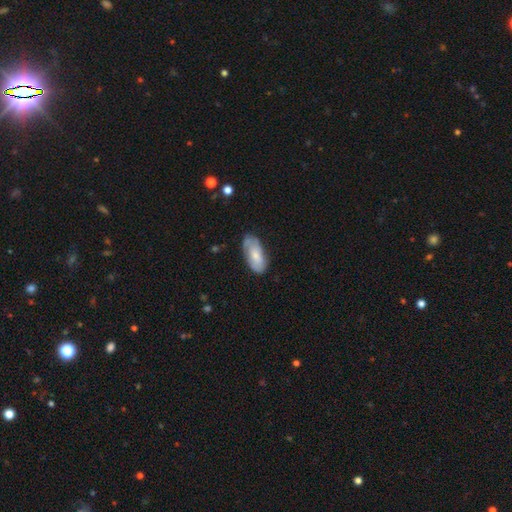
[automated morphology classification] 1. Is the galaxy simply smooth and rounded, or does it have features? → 66% smooth, 28% featured or disk, 6% star or artifact.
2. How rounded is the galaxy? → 90% in between, 8% cigar-shaped, 2% round.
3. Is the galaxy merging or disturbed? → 63% none, 28% minor disturbance, 7% major disturbance, 2% merger.